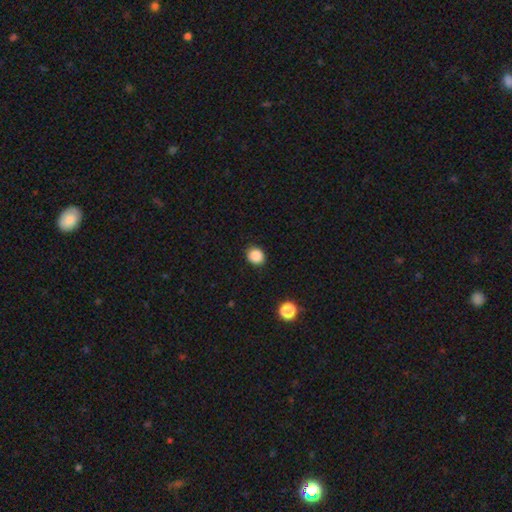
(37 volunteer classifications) Q: Smooth or featured?
A: smooth (89%); runner-up: featured or disk (5%)
Q: How rounded?
A: round (58%); runner-up: in between (42%)
Q: Merging?
A: none (91%); runner-up: major disturbance (6%)